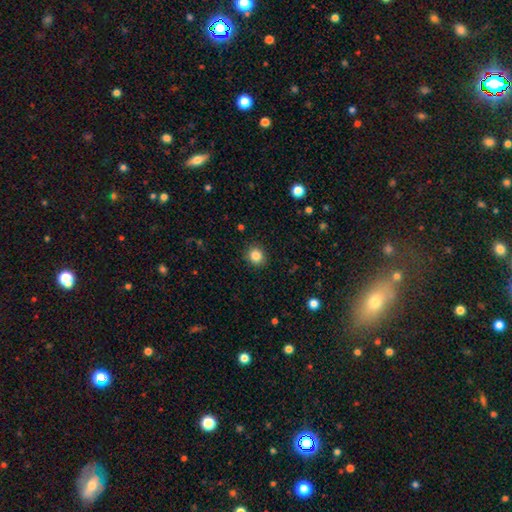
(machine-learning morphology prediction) The model was most divided on "how rounded": round: 85%, in between: 14%, cigar-shaped: 1%. More confident: merging — none (90%); smooth or featured — smooth (84%).